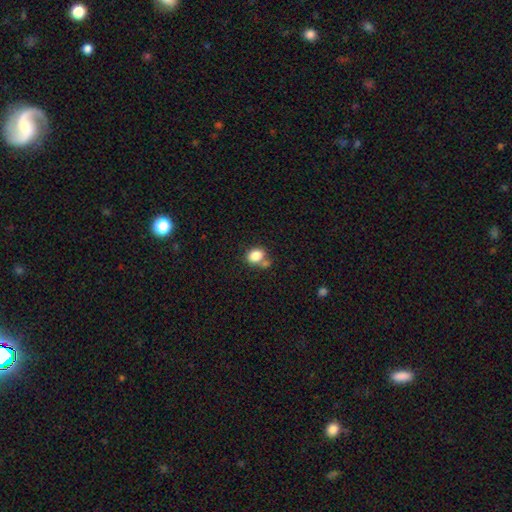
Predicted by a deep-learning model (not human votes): Morphology: type=smooth (84%); roundness=in between (57%); merging=none (56%).